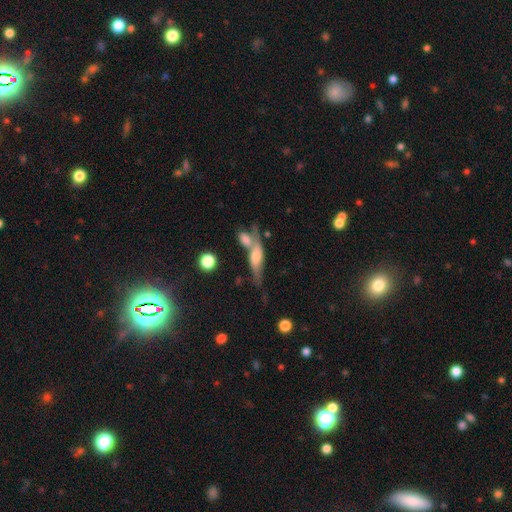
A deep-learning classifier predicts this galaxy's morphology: Smooth or featured?
  - featured or disk: 54% *
  - smooth: 38%
  - star or artifact: 8%
Edge-on disk?
  - yes: 72% *
  - no: 28%
Merging?
  - merger: 40% *
  - none: 37%
  - minor disturbance: 14%
  - major disturbance: 9%